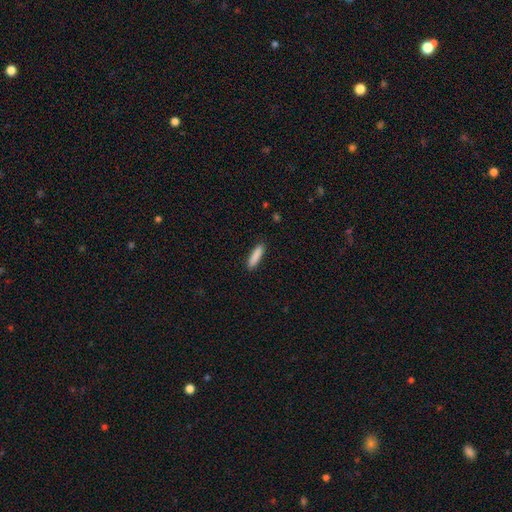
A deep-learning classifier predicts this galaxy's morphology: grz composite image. It shows a smooth galaxy with no disk features (88%) that is cigar-shaped (79%). Merging: none (90%).